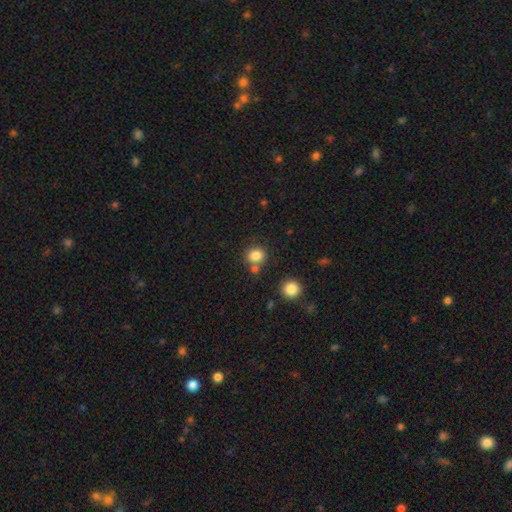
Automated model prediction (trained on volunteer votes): smooth-or-featured: smooth: 83% | star or artifact: 11% | featured or disk: 6%
  how-rounded: round: 80% | in between: 19% | cigar-shaped: 1%
  merging: none: 70% | merger: 17% | minor disturbance: 10% | major disturbance: 3%